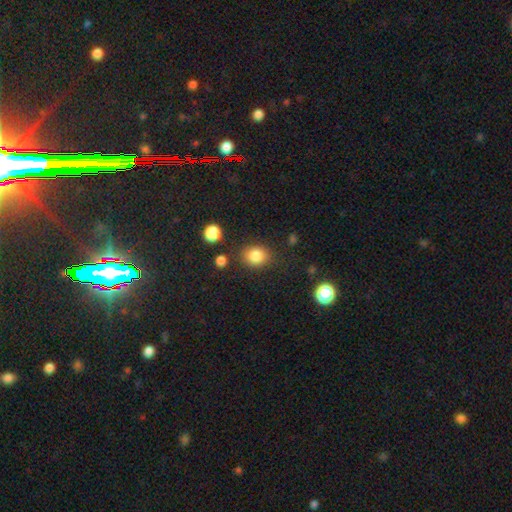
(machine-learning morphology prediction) smooth 83%, star or artifact 11%, featured or disk 6%. Down the decision tree: how rounded — round (64%); merging — none (81%).